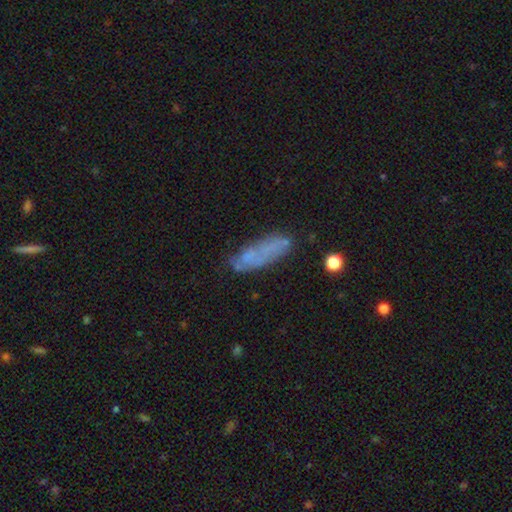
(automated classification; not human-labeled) Q: Smooth or featured?
A: smooth (55%); runner-up: featured or disk (33%)
Q: How rounded?
A: cigar-shaped (52%); runner-up: in between (45%)
Q: Merging?
A: none (63%); runner-up: minor disturbance (22%)